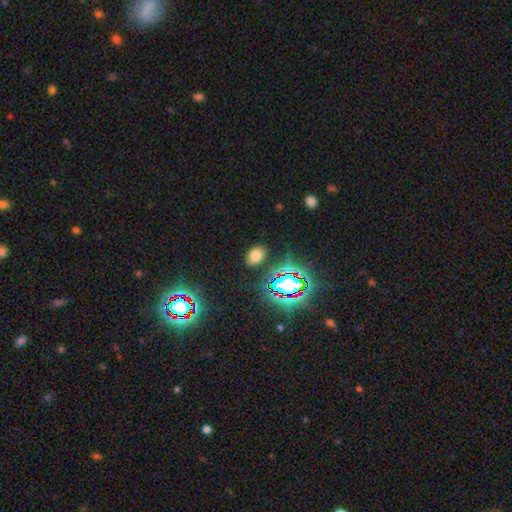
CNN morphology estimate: Q: Smooth or featured?
A: smooth (66%); runner-up: star or artifact (25%)
Q: How rounded?
A: in between (76%); runner-up: round (23%)
Q: Merging?
A: none (83%); runner-up: minor disturbance (11%)